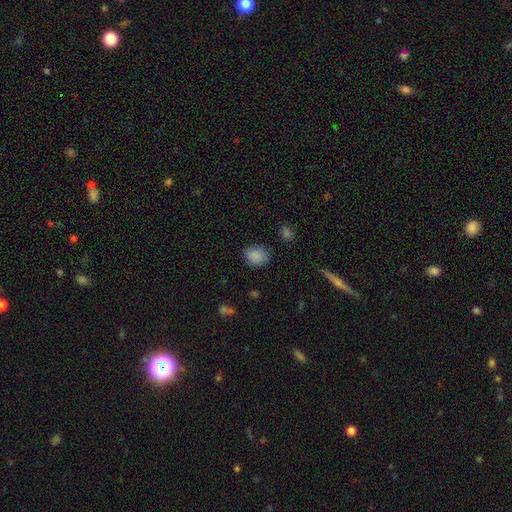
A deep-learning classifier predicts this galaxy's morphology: smooth 86%, star or artifact 10%, featured or disk 4%. Down the decision tree: how rounded — in between (51%); merging — none (81%).